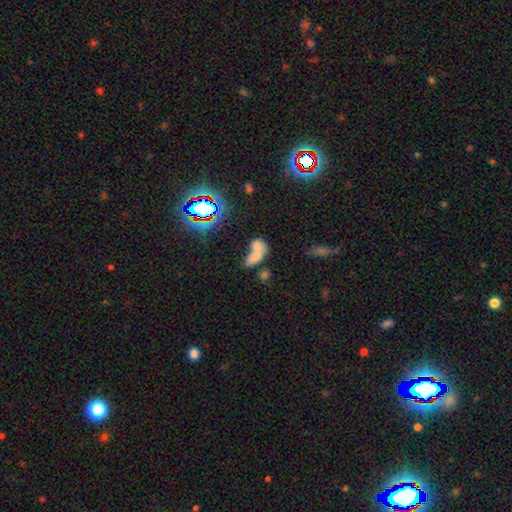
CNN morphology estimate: Smooth or featured? Predicted: smooth (p=0.65). How rounded? Predicted: in between (p=0.82). Merging? Predicted: merger (p=0.69).